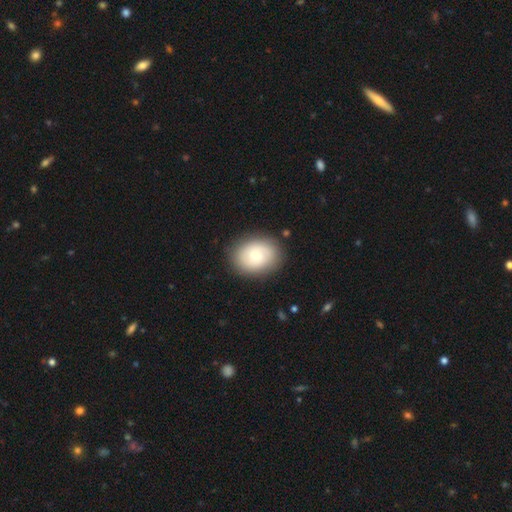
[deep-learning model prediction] The model was most divided on "how rounded": in between: 56%, round: 43%, cigar-shaped: 1%. More confident: merging — none (85%); smooth or featured — smooth (66%).